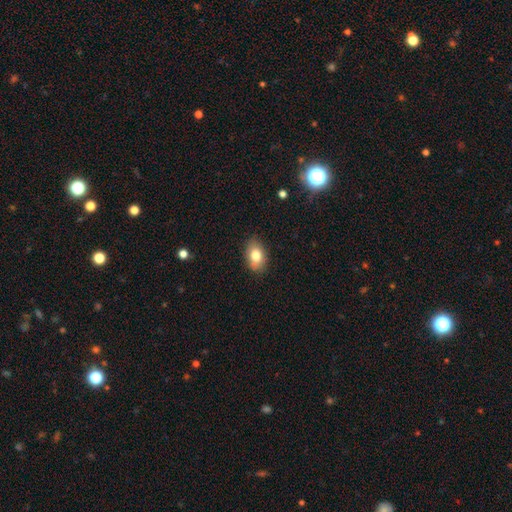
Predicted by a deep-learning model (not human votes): Smooth or featured?
  - smooth: 81% *
  - featured or disk: 11%
  - star or artifact: 8%
How rounded?
  - in between: 86% *
  - round: 13%
  - cigar-shaped: 1%
Merging?
  - none: 85% *
  - minor disturbance: 11%
  - major disturbance: 2%
  - merger: 1%